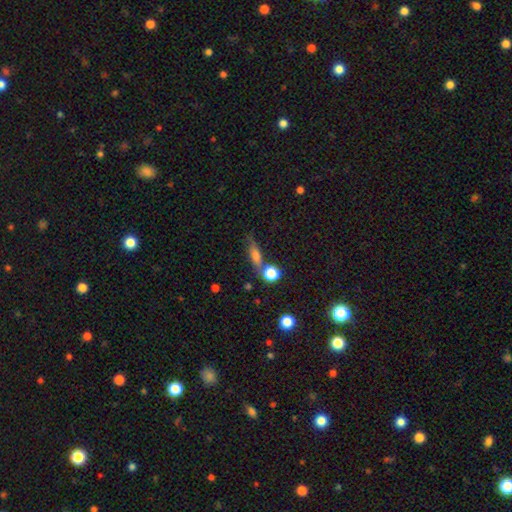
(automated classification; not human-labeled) Smooth or featured?
  - smooth: 64% *
  - featured or disk: 23%
  - star or artifact: 13%
How rounded?
  - cigar-shaped: 47% *
  - in between: 36%
  - round: 17%
Merging?
  - none: 60% *
  - merger: 18%
  - minor disturbance: 16%
  - major disturbance: 7%